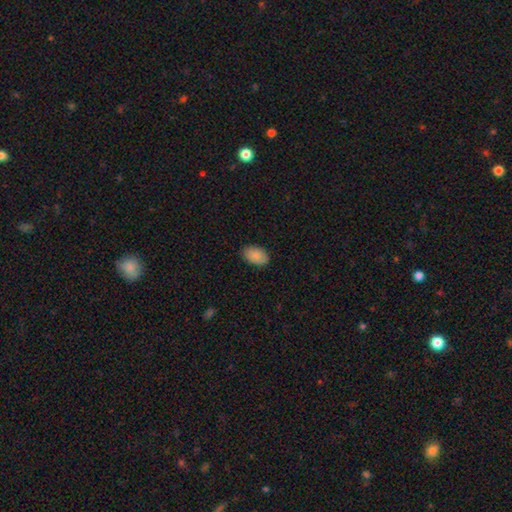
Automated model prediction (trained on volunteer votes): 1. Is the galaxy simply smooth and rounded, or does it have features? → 89% smooth, 7% star or artifact, 4% featured or disk.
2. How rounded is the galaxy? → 92% in between, 7% round, 1% cigar-shaped.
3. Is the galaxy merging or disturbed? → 88% none, 9% minor disturbance, 2% major disturbance, 1% merger.